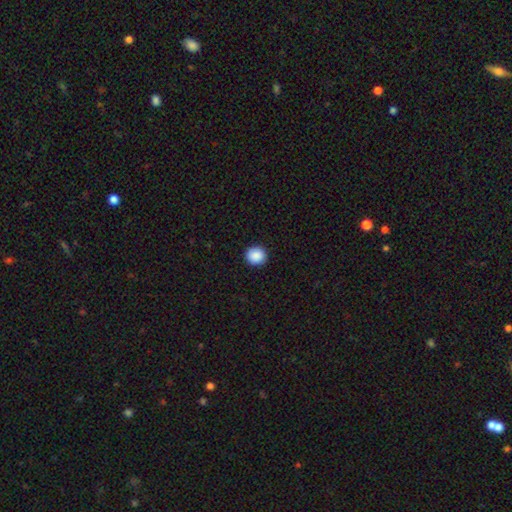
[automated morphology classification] This is clearly a smooth galaxy (90%). How rounded: clearly round (90%). Merging: clearly none (92%).